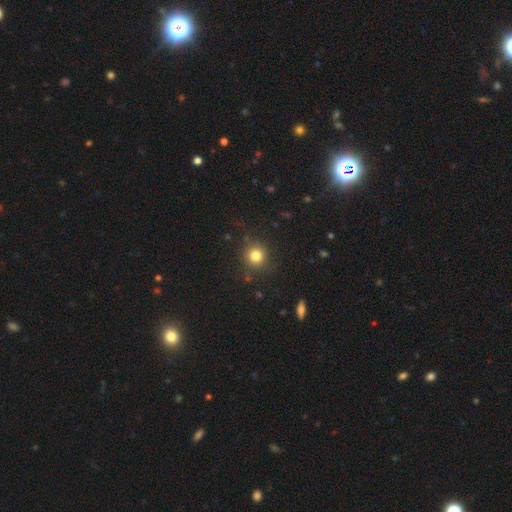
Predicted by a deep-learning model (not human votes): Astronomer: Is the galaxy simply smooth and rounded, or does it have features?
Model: smooth — 81%.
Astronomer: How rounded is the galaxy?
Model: round — 92%.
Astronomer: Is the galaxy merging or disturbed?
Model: none — 85%.